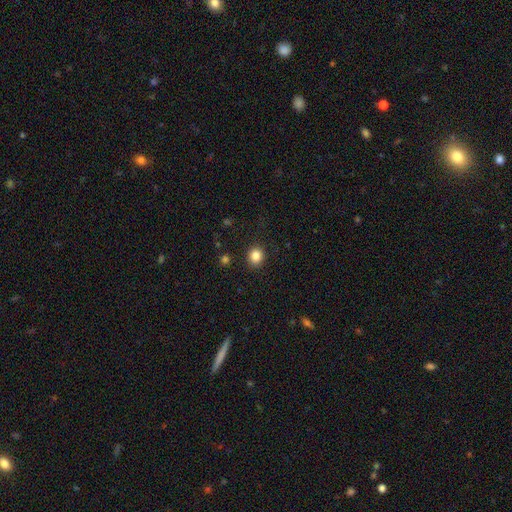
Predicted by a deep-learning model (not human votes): The model was most divided on "how rounded": round: 73%, in between: 26%, cigar-shaped: 1%. More confident: merging — none (89%); smooth or featured — smooth (85%).